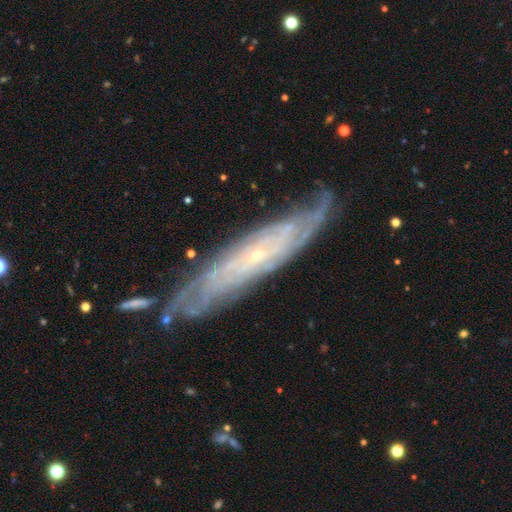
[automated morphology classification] The model was most divided on "spiral arm count": can't tell: 51%, 2: 15%, 4: 10%, 3: 9%, more than 4: 9%, 1: 5%. More confident: spiral arms — yes (93%); bulge size — small (87%); smooth or featured — featured or disk (83%); merging — none (76%); bar — no (75%); spiral winding — tight (72%); edge-on disk — no (72%).